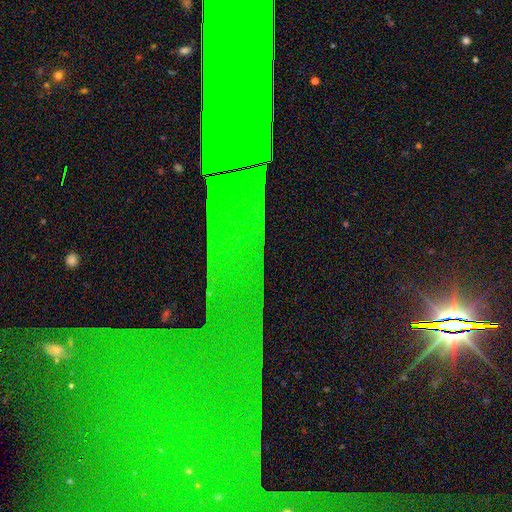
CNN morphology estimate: Smooth or featured: star or artifact — 79% (featured or disk — 12%)